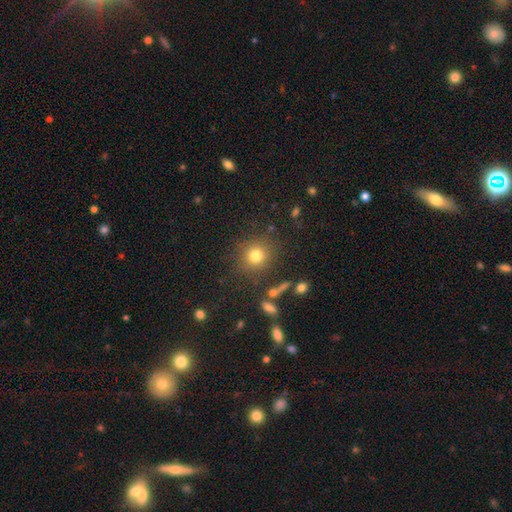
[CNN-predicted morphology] smooth 78%, star or artifact 14%, featured or disk 8%. Down the decision tree: how rounded — round (87%); merging — none (83%).